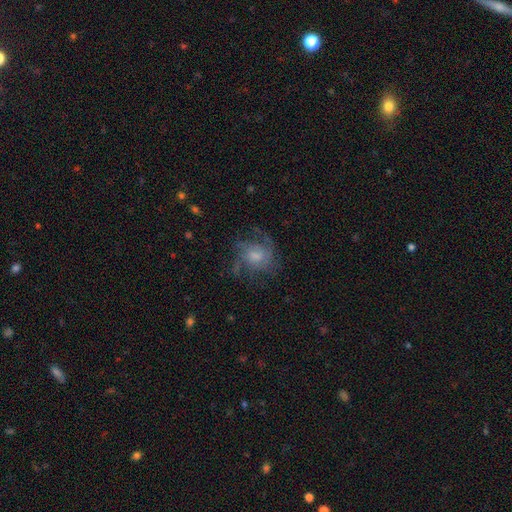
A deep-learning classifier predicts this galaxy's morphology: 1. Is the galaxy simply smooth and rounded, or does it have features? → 65% featured or disk, 24% smooth, 10% star or artifact.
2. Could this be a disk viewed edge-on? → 97% no, 3% yes.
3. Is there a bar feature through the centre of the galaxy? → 68% no, 29% weak, 4% strong.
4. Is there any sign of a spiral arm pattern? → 85% yes, 15% no.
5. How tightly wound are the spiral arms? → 46% medium, 27% tight, 27% loose.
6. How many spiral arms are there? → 32% can't tell, 26% 3, 17% 2, 12% 4, 6% 1, 6% more than 4.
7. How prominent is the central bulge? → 43% moderate, 34% small, 11% large, 10% none, 2% dominant.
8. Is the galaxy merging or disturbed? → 58% none, 21% major disturbance, 19% minor disturbance, 2% merger.